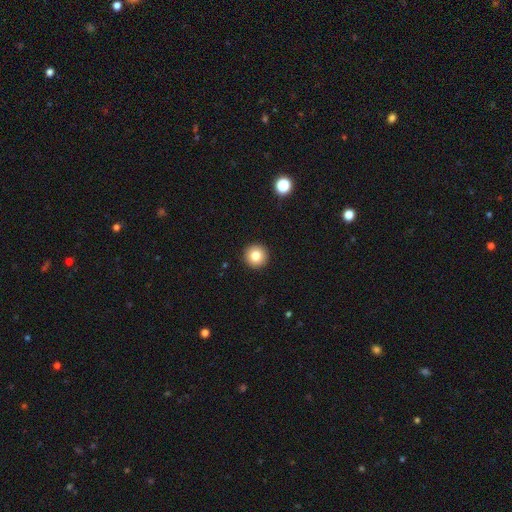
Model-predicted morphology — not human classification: Smooth or featured: smooth — 82% (star or artifact — 10%)
How rounded: round — 96% (in between — 3%)
Merging: none — 94% (minor disturbance — 4%)